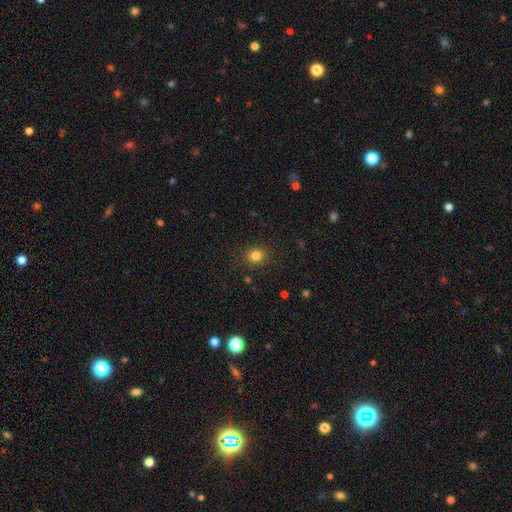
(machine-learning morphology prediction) The model was most divided on "smooth or featured": smooth: 82%, star or artifact: 13%, featured or disk: 5%. More confident: merging — none (89%); how rounded — round (87%).